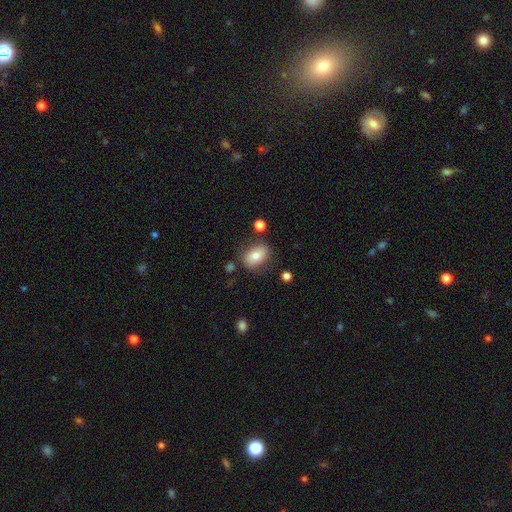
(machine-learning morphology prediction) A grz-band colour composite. It shows a smooth galaxy with no disk features (75%) that is in between round and cigar-shaped (80%). Merging: none (74%).